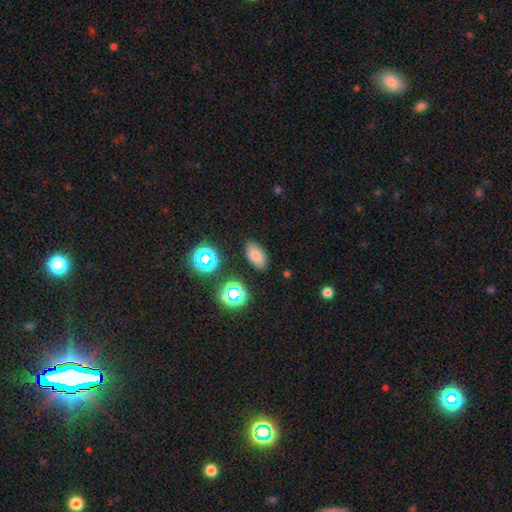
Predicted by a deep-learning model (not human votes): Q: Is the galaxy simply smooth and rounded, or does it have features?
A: smooth — 73%.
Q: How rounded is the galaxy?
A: in between — 91%.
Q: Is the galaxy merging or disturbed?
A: none — 83%.